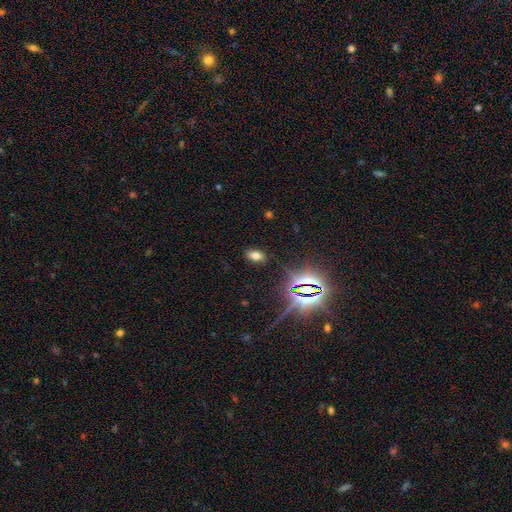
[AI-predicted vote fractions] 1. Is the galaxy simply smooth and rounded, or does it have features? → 65% smooth, 26% star or artifact, 9% featured or disk.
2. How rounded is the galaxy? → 90% in between, 6% round, 4% cigar-shaped.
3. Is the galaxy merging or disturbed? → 87% none, 8% minor disturbance, 3% major disturbance, 2% merger.